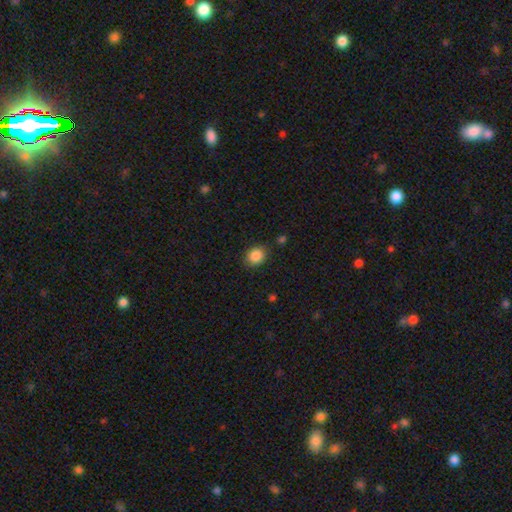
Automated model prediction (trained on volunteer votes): This appears to be a smooth galaxy with no disk features (87%) that is round (61%). Merging: none (84%).